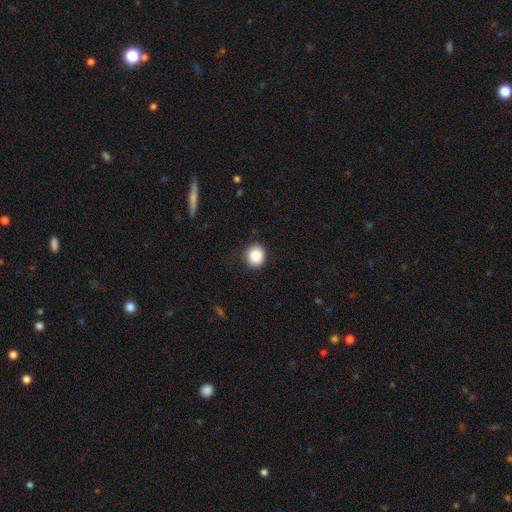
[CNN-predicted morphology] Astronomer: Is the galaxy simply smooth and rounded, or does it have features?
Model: smooth — 89%.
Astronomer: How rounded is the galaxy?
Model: round — 76%.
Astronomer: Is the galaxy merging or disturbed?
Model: none — 87%.